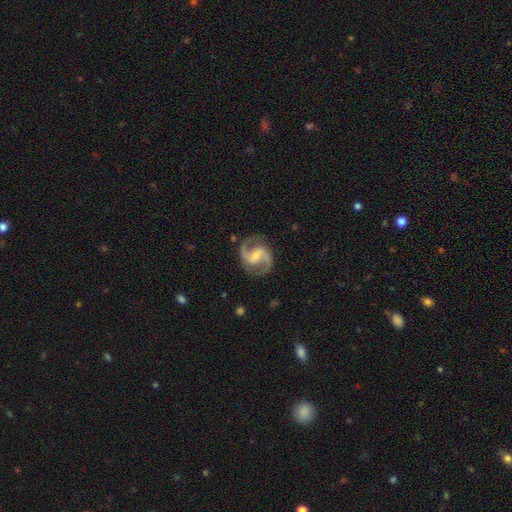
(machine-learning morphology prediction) smooth-or-featured: featured or disk: 93% | star or artifact: 4% | smooth: 3%
  disk-edge-on: no: 98% | yes: 2%
    bar: weak: 46% | no: 34% | strong: 21%
    has-spiral-arms: yes: 99% | no: 1%
      spiral-winding: medium: 67% | loose: 18% | tight: 15%
      spiral-arm-count: 2: 94% | can't tell: 1% | 3: 1% | 1: 1% | 4: 1% | more than 4: 1%
    bulge-size: small: 59% | moderate: 32% | none: 6% | large: 2% | dominant: 1%
  merging: none: 85% | minor disturbance: 10% | major disturbance: 4% | merger: 1%